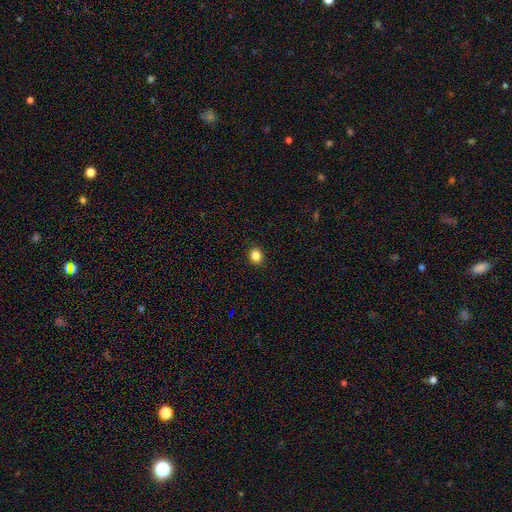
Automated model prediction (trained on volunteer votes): Smooth or featured? smooth (85%)
How rounded? round (69%)
Merging? none (91%)